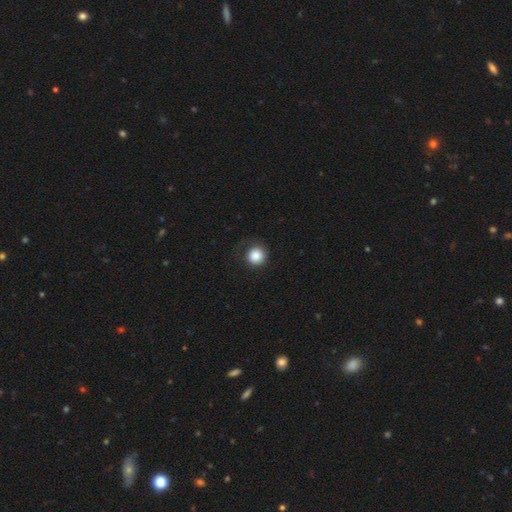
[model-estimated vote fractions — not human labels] smooth 86%, star or artifact 9%, featured or disk 5%. Down the decision tree: how rounded — round (94%); merging — none (77%).